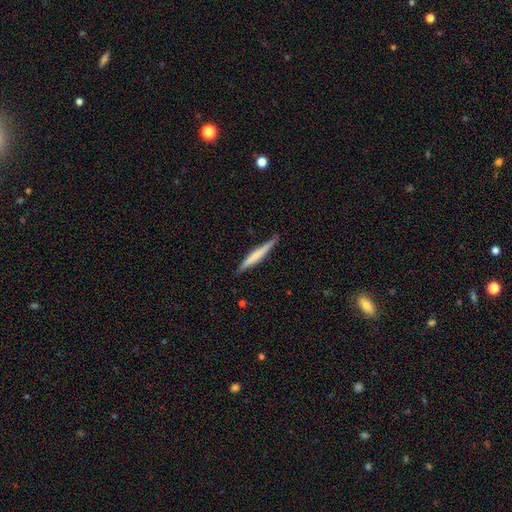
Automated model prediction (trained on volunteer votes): This appears to be a smooth galaxy with no disk features (55%) that is cigar-shaped (96%). Merging: none (87%).